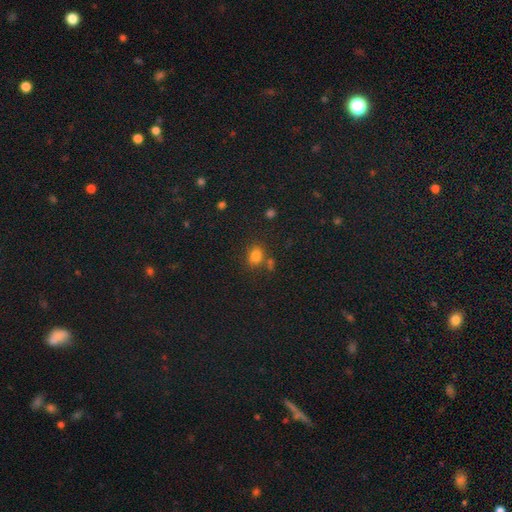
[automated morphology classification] smooth 79%, star or artifact 15%, featured or disk 7%. Down the decision tree: how rounded — in between (50%); merging — none (66%).